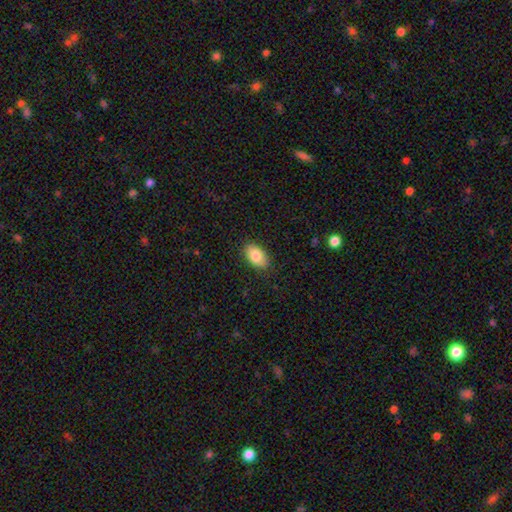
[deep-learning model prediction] This appears to be a smooth galaxy with no disk features (83%) that is in between round and cigar-shaped (91%). Merging: none (87%).